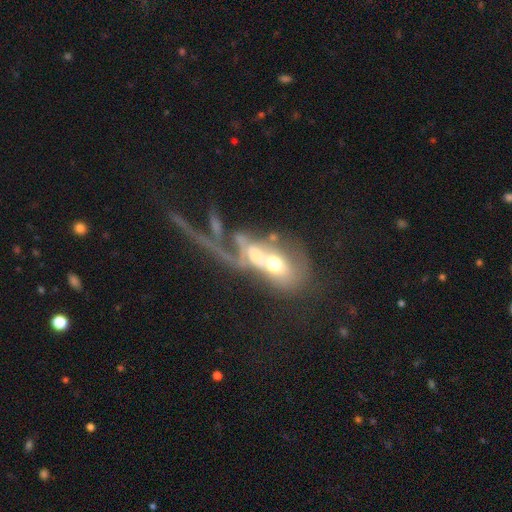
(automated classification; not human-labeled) featured or disk 49%, smooth 38%, star or artifact 13%. Down the decision tree: merging — merger (61%).